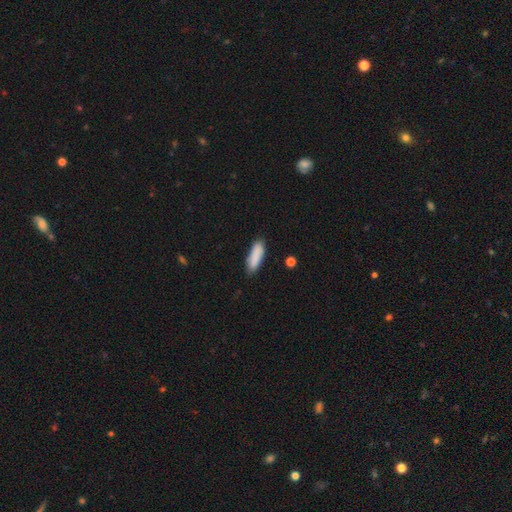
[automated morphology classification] Smooth or featured? Predicted: smooth (p=0.88). How rounded? Predicted: cigar-shaped (p=0.52). Merging? Predicted: none (p=0.83).